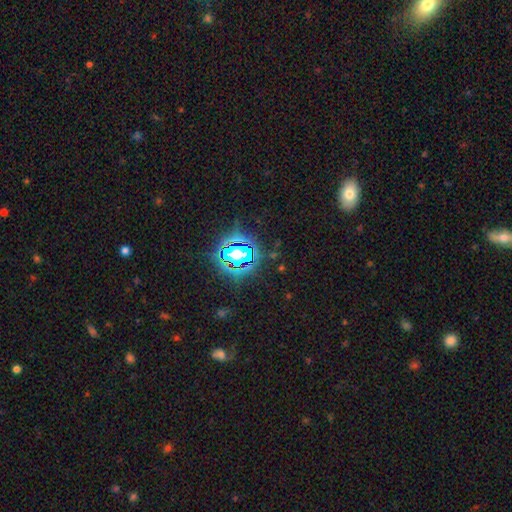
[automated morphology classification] Smooth or featured?
  - star or artifact: 78% *
  - smooth: 14%
  - featured or disk: 8%